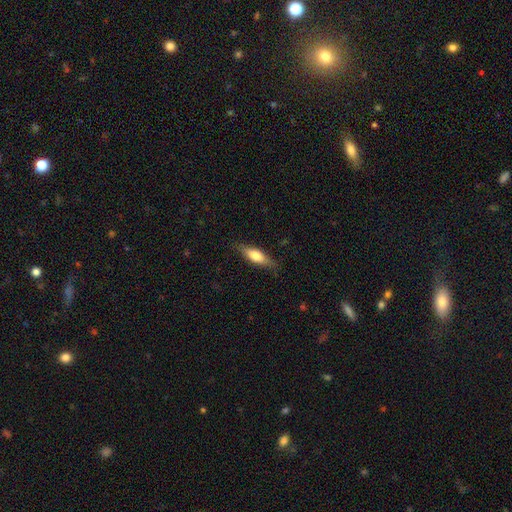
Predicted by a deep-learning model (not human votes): The model was most divided on "how rounded": in between: 53%, cigar-shaped: 44%, round: 2%. More confident: merging — none (82%); smooth or featured — smooth (66%).